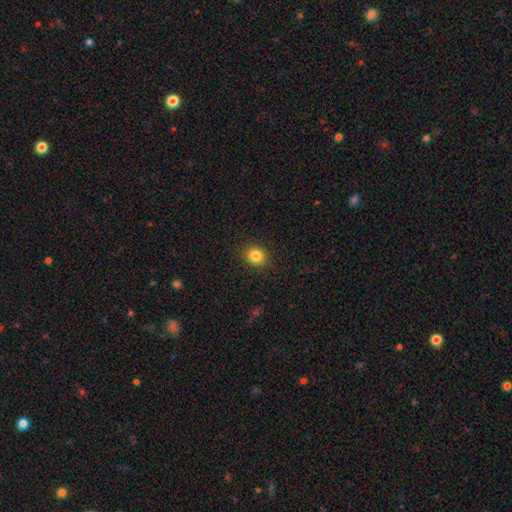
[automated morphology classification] Smooth or featured? smooth (83%)
How rounded? round (65%)
Merging? none (89%)